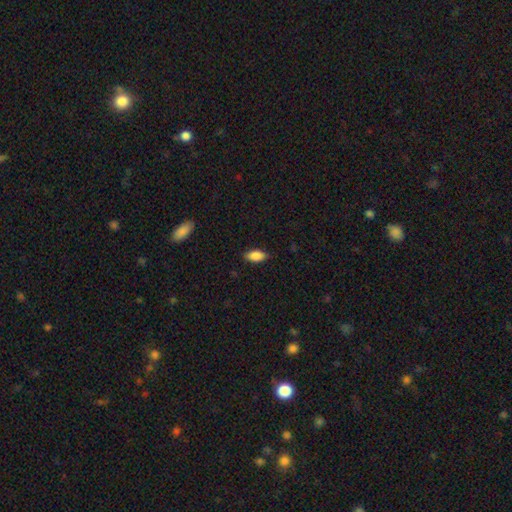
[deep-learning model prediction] A smooth galaxy with no disk features (88%) that is in between round and cigar-shaped (90%).

Vote fractions:
- Smooth or featured? smooth: 88% / star or artifact: 7% / featured or disk: 6%
- How rounded? in between: 90% / cigar-shaped: 7% / round: 3%
- Merging? none: 84% / minor disturbance: 12% / major disturbance: 2% / merger: 1%